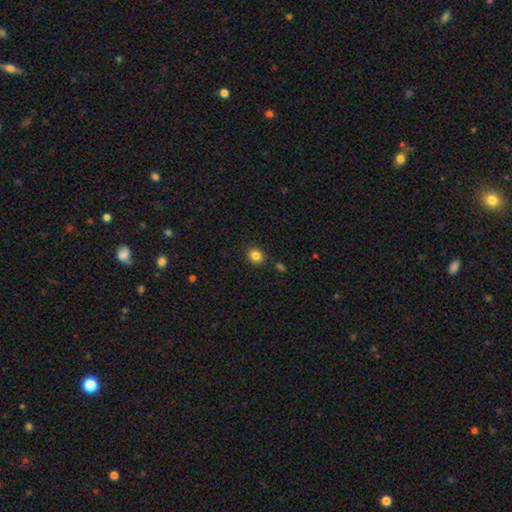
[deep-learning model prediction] smooth-or-featured: smooth: 84% | star or artifact: 10% | featured or disk: 5%
  how-rounded: round: 52% | in between: 47% | cigar-shaped: 1%
  merging: none: 86% | minor disturbance: 9% | merger: 3% | major disturbance: 2%